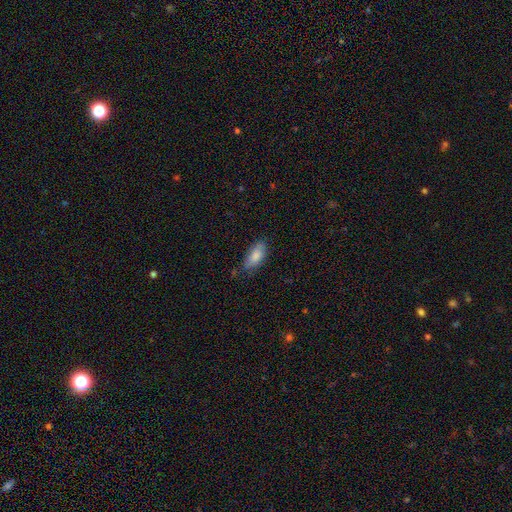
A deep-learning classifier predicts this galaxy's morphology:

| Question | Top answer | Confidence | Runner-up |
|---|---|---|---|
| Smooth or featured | smooth | 84% | featured or disk (10%) |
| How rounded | in between | 85% | cigar-shaped (13%) |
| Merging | none | 71% | minor disturbance (23%) |